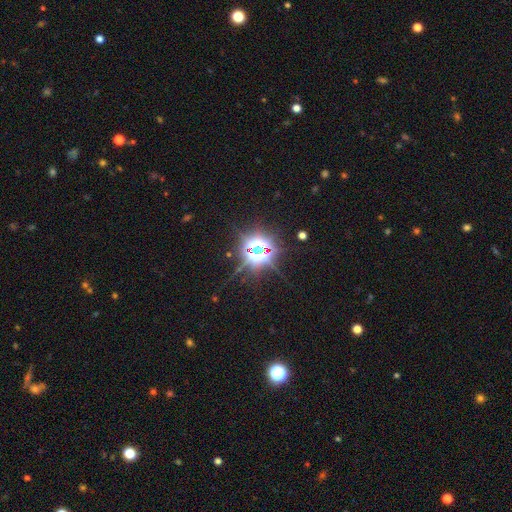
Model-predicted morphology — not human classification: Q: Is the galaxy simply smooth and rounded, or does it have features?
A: star or artifact — 81%.